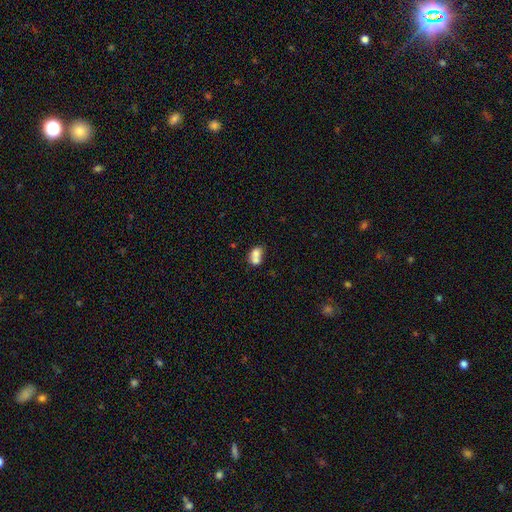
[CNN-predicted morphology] smooth 70%, featured or disk 20%, star or artifact 10%. Down the decision tree: how rounded — in between (57%); merging — merger (68%).